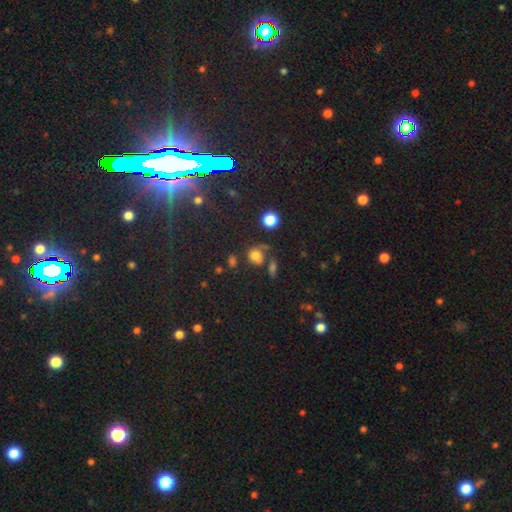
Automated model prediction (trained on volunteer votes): This is likely a smooth galaxy (71%). How rounded: likely round (68%). Merging: possibly none (53%).